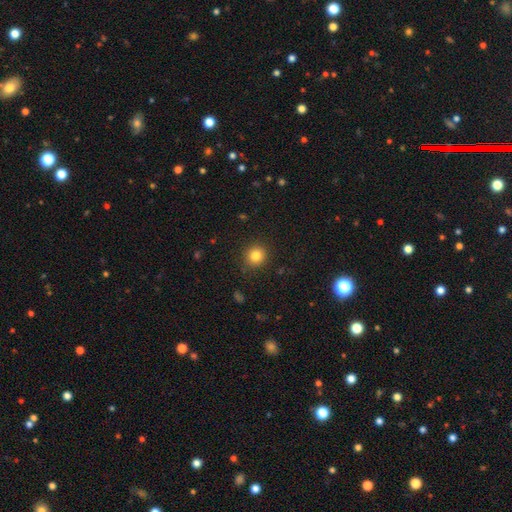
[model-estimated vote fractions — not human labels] Morphology: type=smooth (82%); roundness=round (89%); merging=none (89%).